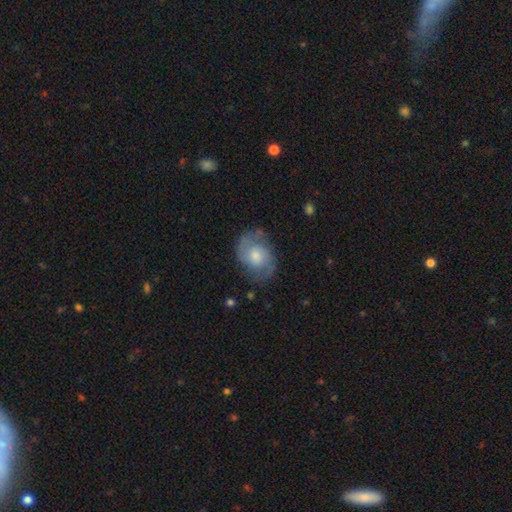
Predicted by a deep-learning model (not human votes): The model was most divided on "bulge size": moderate: 48%, small: 29%, large: 15%, none: 5%, dominant: 2%. More confident: edge-on disk — no (98%); spiral arms — yes (92%); spiral arm count — 2 (86%); smooth or featured — featured or disk (75%); merging — none (69%); bar — no (68%); spiral winding — medium (50%).